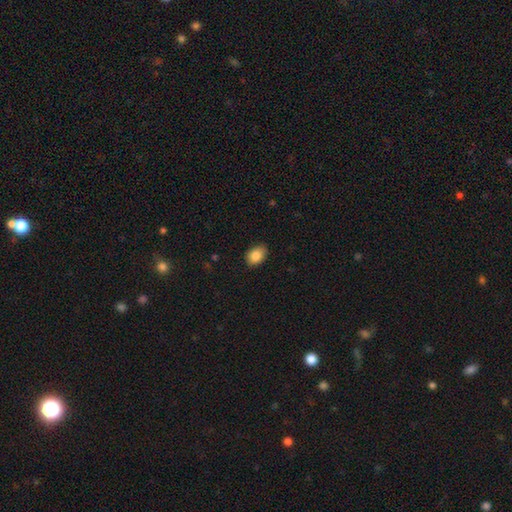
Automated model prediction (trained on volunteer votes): The model was most divided on "how rounded": in between: 81%, round: 18%, cigar-shaped: 1%. More confident: smooth or featured — smooth (86%); merging — none (83%).